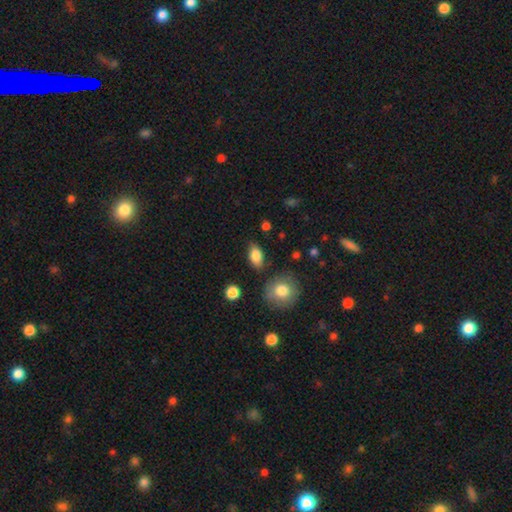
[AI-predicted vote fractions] Morphology: type=smooth (82%); roundness=in between (86%); merging=none (76%).